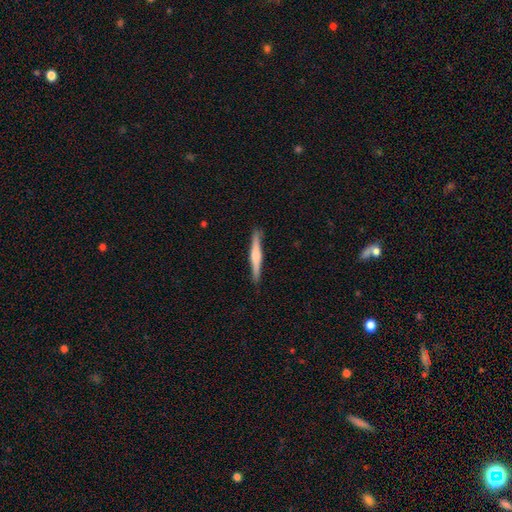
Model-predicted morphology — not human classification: Smooth or featured?
  - featured or disk: 58% *
  - smooth: 37%
  - star or artifact: 5%
Edge-on disk?
  - yes: 98% *
  - no: 2%
Edge-on bulge?
  - rounded: 64% *
  - boxy: 19%
  - none: 17%
Merging?
  - none: 90% *
  - minor disturbance: 7%
  - major disturbance: 1%
  - merger: 1%